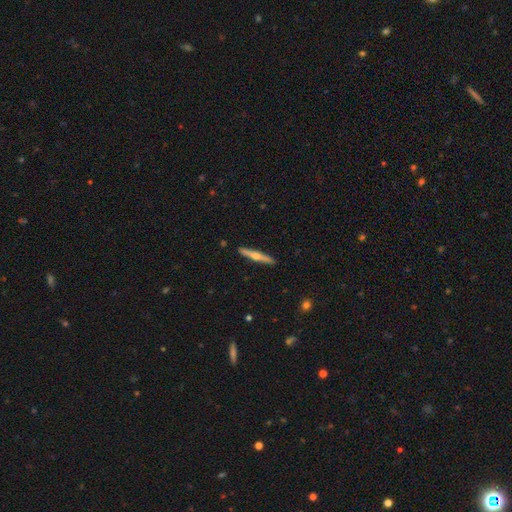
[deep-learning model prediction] Smooth or featured: featured or disk — 62% (smooth — 32%)
Edge-on disk: yes — 97% (no — 3%)
Edge-on bulge: rounded — 89% (none — 8%)
Merging: none — 92% (minor disturbance — 6%)